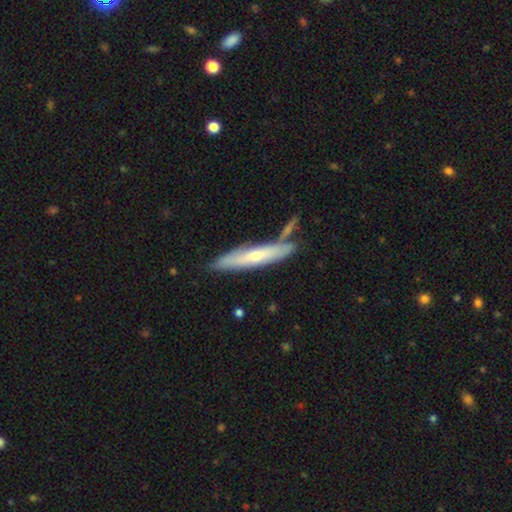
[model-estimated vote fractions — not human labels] Smooth or featured?
  - featured or disk: 50% *
  - smooth: 45%
  - star or artifact: 5%
Merging?
  - none: 71% *
  - minor disturbance: 15%
  - merger: 11%
  - major disturbance: 3%